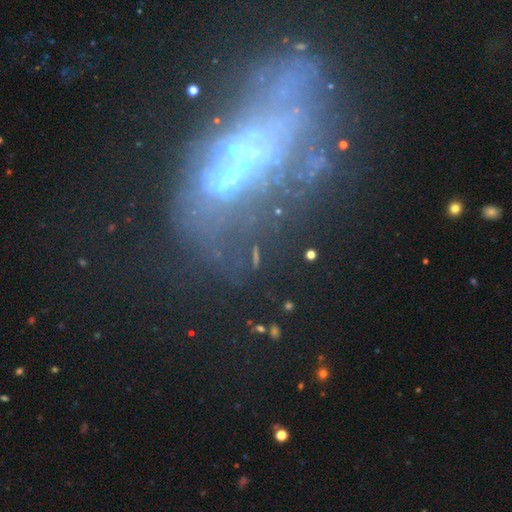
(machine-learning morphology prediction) Overall: featured or disk (55%; star or artifact 27%). Edge-on disk: no (90%). Merging: major disturbance (38%; none 29%).